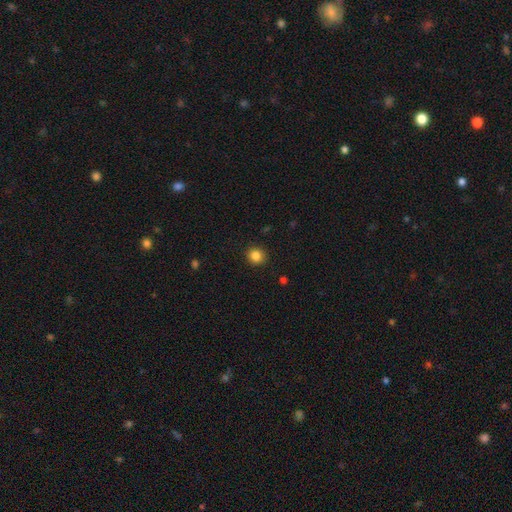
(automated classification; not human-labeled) The model was most divided on "smooth or featured": smooth: 84%, star or artifact: 11%, featured or disk: 4%. More confident: merging — none (91%); how rounded — round (89%).